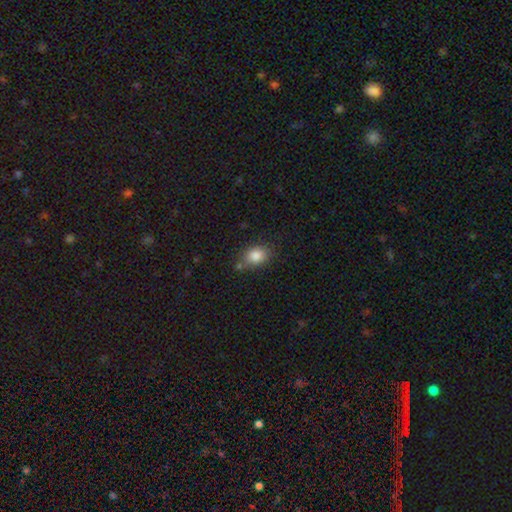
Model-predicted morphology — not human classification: A smooth galaxy with no disk features (85%) that is in between round and cigar-shaped (66%).

Vote fractions:
- Smooth or featured? smooth: 85% / star or artifact: 9% / featured or disk: 6%
- How rounded? in between: 66% / round: 32% / cigar-shaped: 1%
- Merging? none: 67% / minor disturbance: 19% / merger: 9% / major disturbance: 5%